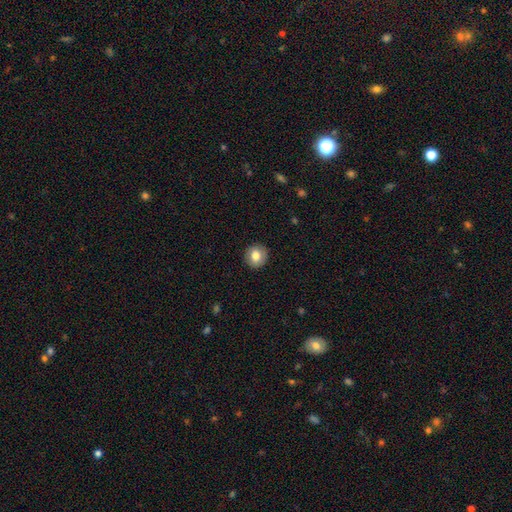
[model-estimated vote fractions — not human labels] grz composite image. It shows a smooth galaxy with no disk features (79%) that is round (87%). Merging: none (90%).